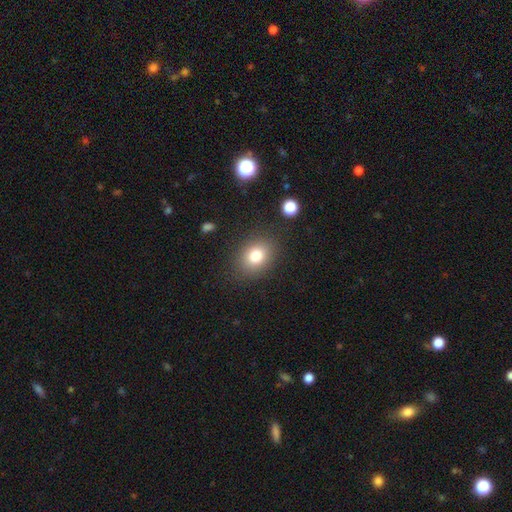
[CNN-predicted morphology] A smooth galaxy with no disk features (78%) that is in between round and cigar-shaped (51%).

Vote fractions:
- Smooth or featured? smooth: 78% / star or artifact: 12% / featured or disk: 10%
- How rounded? in between: 51% / round: 48% / cigar-shaped: 1%
- Merging? none: 85% / minor disturbance: 10% / major disturbance: 4% / merger: 2%